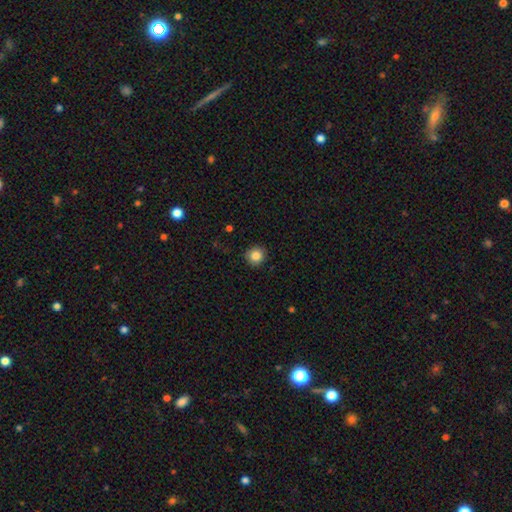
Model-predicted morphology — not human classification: A smooth galaxy with no disk features (85%) that is round (93%). Merging: none (90%).